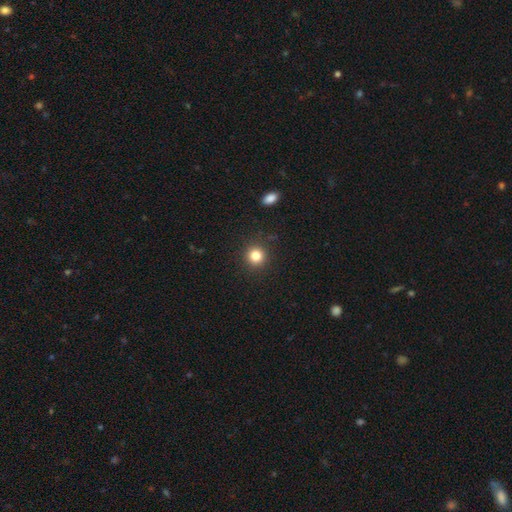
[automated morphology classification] This appears to be a smooth galaxy with no disk features (82%) that is round (92%). Merging: none (90%).